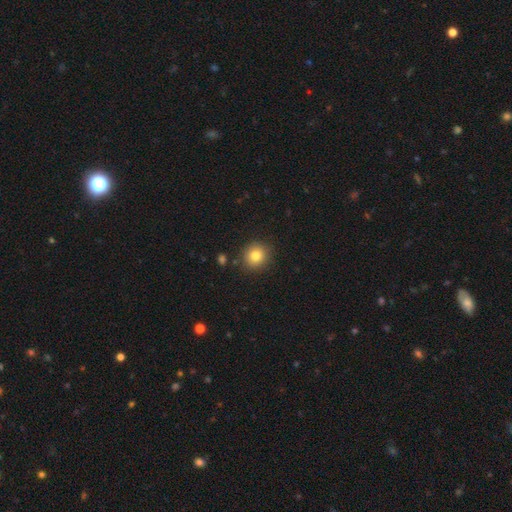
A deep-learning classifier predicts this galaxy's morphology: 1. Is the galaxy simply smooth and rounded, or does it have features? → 82% smooth, 11% star or artifact, 8% featured or disk.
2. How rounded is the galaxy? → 89% round, 10% in between, 1% cigar-shaped.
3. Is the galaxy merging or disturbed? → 88% none, 7% minor disturbance, 2% major disturbance, 2% merger.